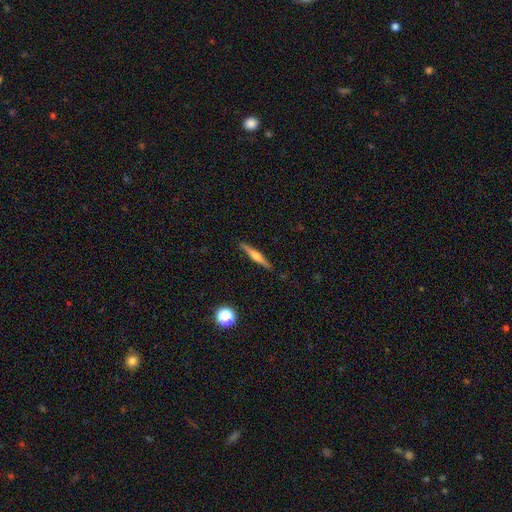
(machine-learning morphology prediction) Overall: featured or disk (53%; smooth 40%). Edge-on disk: yes (97%). Edge-on bulge: rounded (72%). Merging: none (90%).